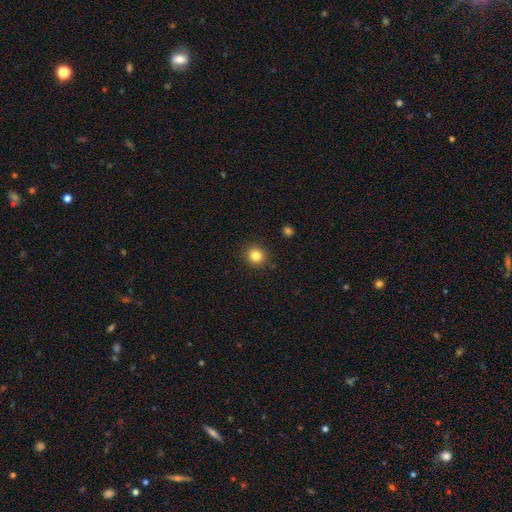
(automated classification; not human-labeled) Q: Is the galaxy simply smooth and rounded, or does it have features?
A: smooth — 84%.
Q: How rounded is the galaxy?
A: round — 87%.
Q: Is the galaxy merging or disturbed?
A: none — 90%.